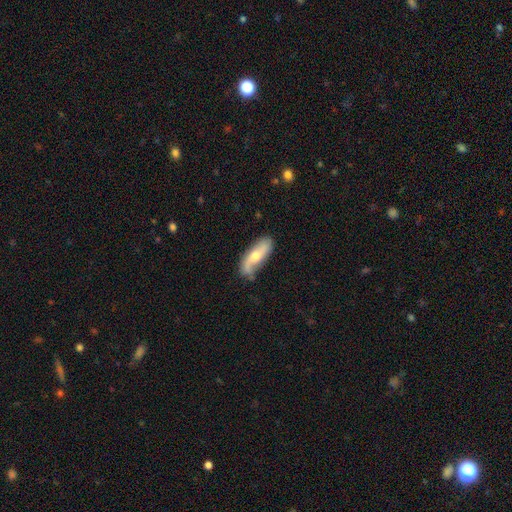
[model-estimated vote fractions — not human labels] smooth_or_featured: featured or disk (p=0.54) [alt: smooth p=0.40]
disk_edge_on: no (p=0.80) [alt: yes p=0.20]
merging: none (p=0.60) [alt: minor disturbance p=0.28]